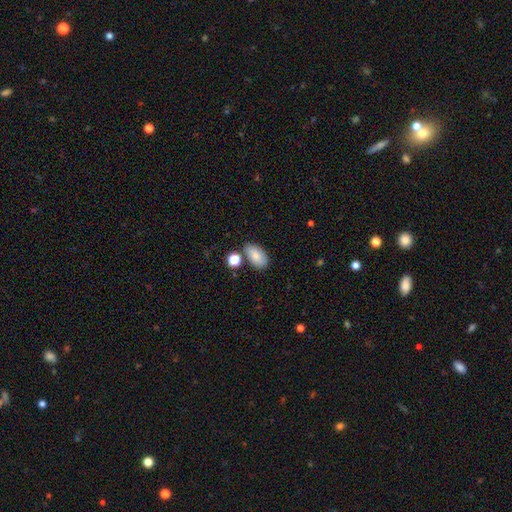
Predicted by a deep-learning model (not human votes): This appears to be a smooth galaxy with no disk features (81%) that is in between round and cigar-shaped (92%). Merging: none (74%).